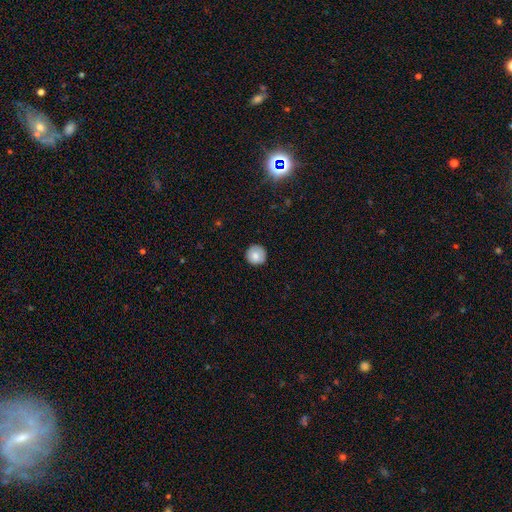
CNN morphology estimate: Q: Smooth or featured?
A: smooth (81%); runner-up: featured or disk (11%)
Q: How rounded?
A: round (95%); runner-up: in between (4%)
Q: Merging?
A: none (87%); runner-up: minor disturbance (10%)